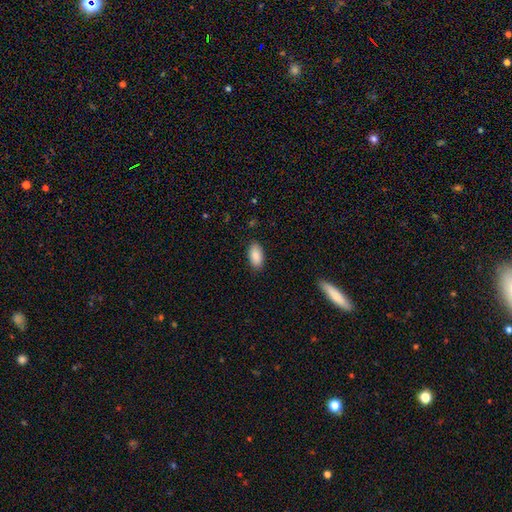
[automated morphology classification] A smooth galaxy with no disk features (88%) that is in between round and cigar-shaped (93%). Merging: none (87%).